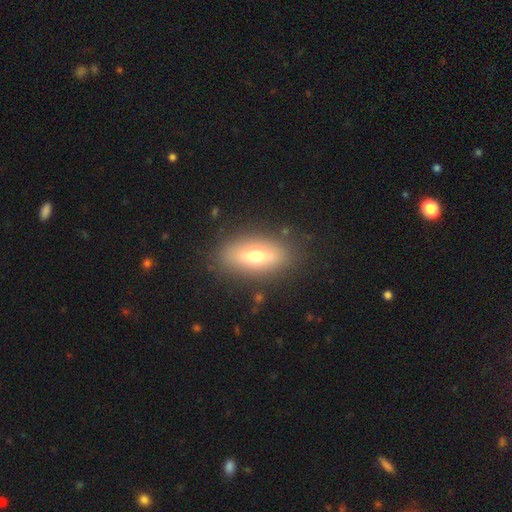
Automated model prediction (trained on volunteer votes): Smooth or featured? Predicted: smooth (p=0.59). How rounded? Predicted: in between (p=0.78). Merging? Predicted: none (p=0.85).